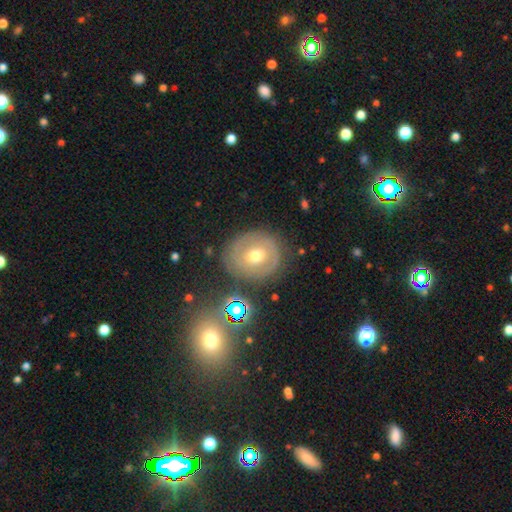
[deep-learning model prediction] Smooth or featured? Predicted: featured or disk (p=0.51). Edge-on disk? Predicted: no (p=0.96). Merging? Predicted: none (p=0.78).